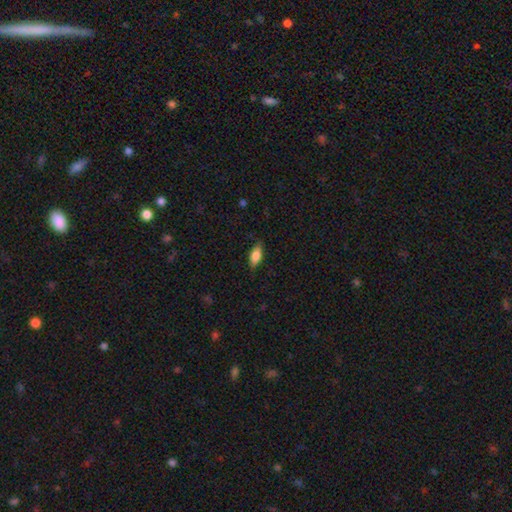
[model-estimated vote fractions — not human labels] smooth 77%, featured or disk 16%, star or artifact 7%. Down the decision tree: how rounded — in between (80%); merging — none (84%).